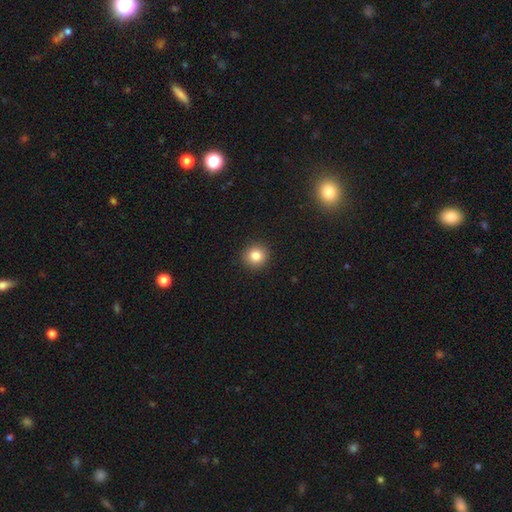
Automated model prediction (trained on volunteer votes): Smooth or featured: smooth — 83% (star or artifact — 11%)
How rounded: round — 92% (in between — 7%)
Merging: none — 92% (minor disturbance — 5%)